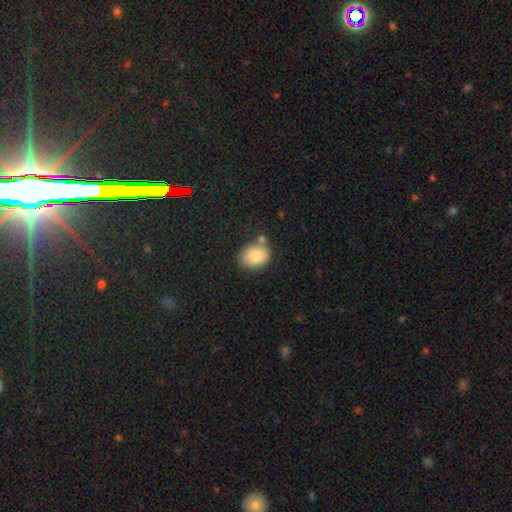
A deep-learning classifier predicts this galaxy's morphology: Smooth or featured: smooth — 84% (featured or disk — 8%)
How rounded: in between — 56% (round — 43%)
Merging: none — 68% (minor disturbance — 16%)